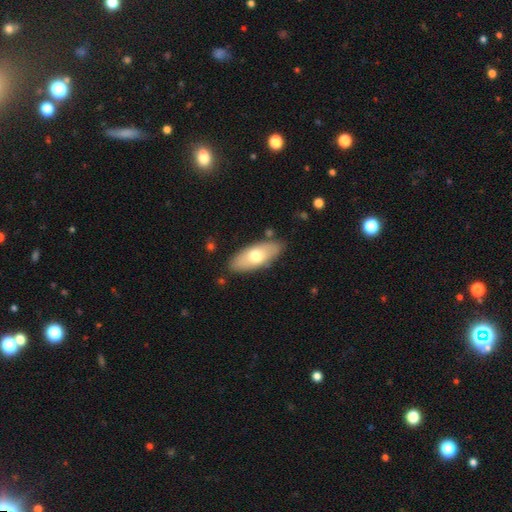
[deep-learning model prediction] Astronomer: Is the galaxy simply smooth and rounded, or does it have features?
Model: smooth — 66%.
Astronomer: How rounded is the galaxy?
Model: in between — 82%.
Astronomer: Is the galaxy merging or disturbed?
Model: none — 83%.